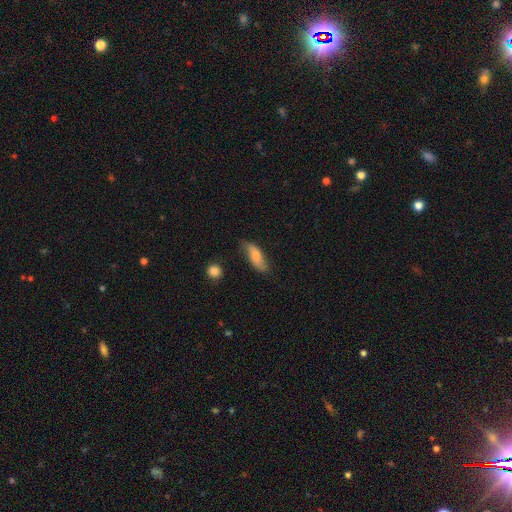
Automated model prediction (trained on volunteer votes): A smooth galaxy with no disk features (70%) that is in between round and cigar-shaped (61%).

Vote fractions:
- Smooth or featured? smooth: 70% / featured or disk: 24% / star or artifact: 7%
- How rounded? in between: 61% / cigar-shaped: 36% / round: 3%
- Merging? none: 71% / minor disturbance: 22% / major disturbance: 5% / merger: 3%